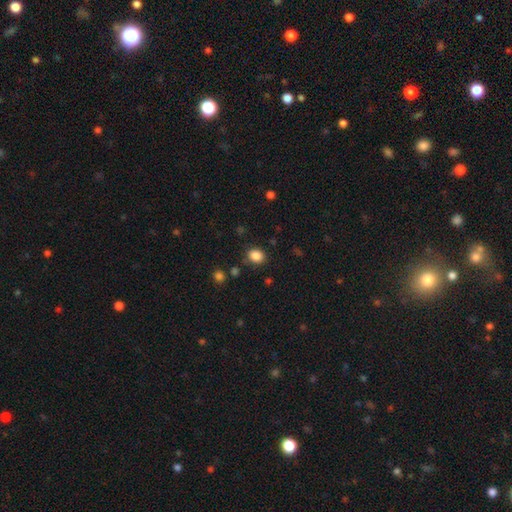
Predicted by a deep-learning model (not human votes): A smooth galaxy with no disk features (86%) that is round (56%).

Vote fractions:
- Smooth or featured? smooth: 86% / star or artifact: 11% / featured or disk: 4%
- How rounded? round: 56% / in between: 43% / cigar-shaped: 1%
- Merging? none: 83% / minor disturbance: 11% / major disturbance: 4% / merger: 3%